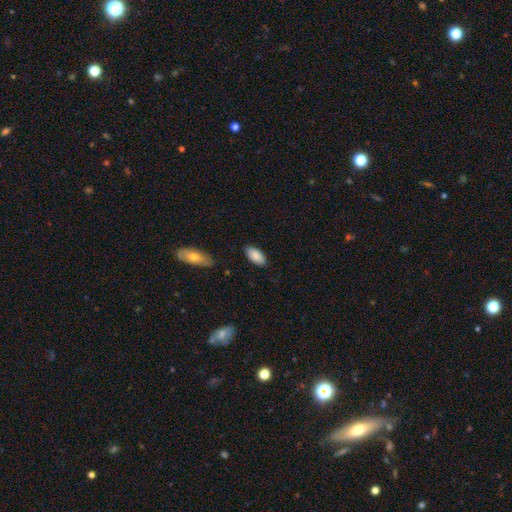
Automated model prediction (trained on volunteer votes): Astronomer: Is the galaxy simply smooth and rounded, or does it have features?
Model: smooth — 88%.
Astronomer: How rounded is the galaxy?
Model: in between — 93%.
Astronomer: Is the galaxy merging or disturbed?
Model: none — 85%.